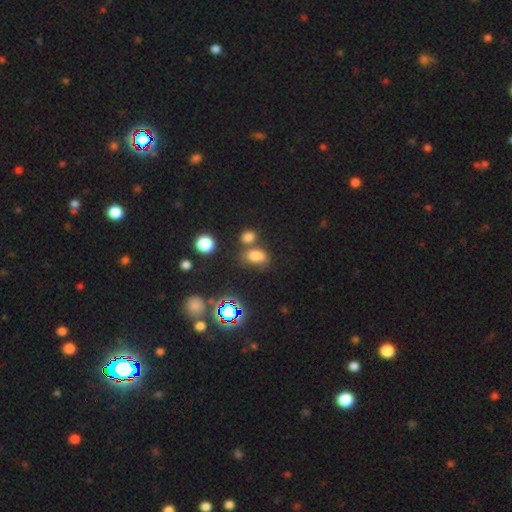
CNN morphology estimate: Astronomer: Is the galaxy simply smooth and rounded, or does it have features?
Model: smooth — 71%.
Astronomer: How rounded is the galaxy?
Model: in between — 77%.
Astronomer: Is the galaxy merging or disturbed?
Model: none — 54%.